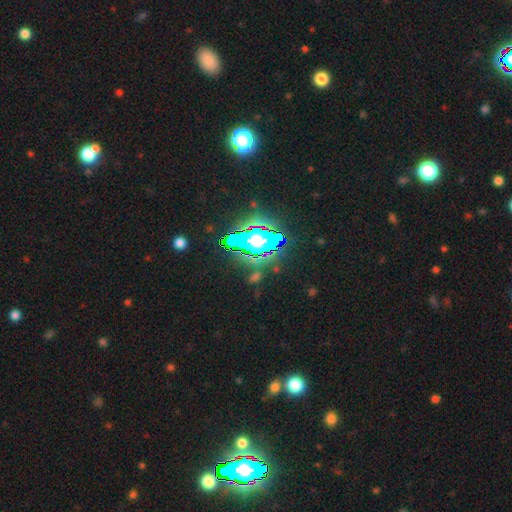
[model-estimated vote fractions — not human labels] Smooth or featured: star or artifact — 80% (smooth — 10%)